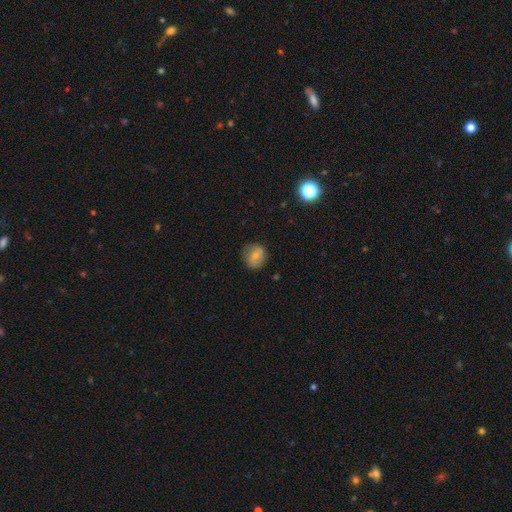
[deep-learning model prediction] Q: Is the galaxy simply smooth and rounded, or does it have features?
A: smooth — 62%.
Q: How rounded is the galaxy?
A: round — 80%.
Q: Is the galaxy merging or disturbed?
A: none — 76%.